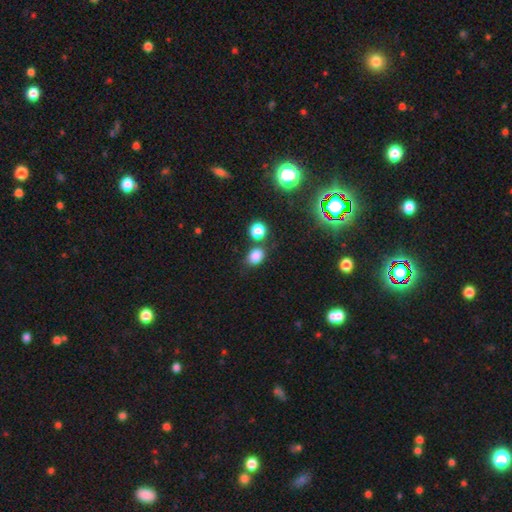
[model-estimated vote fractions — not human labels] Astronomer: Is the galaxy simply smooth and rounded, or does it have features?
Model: smooth — 82%.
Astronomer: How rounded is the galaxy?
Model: in between — 66%.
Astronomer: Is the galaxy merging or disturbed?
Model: none — 67%.